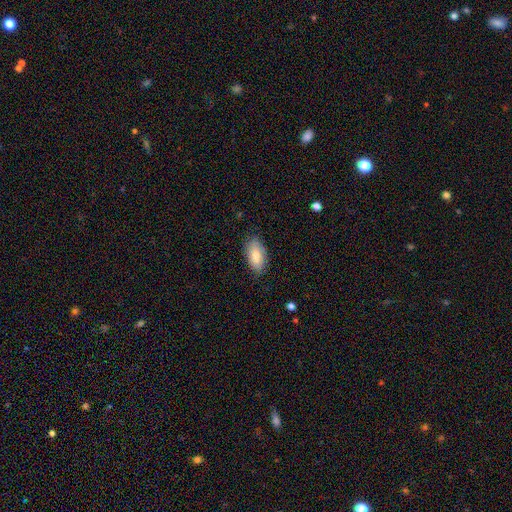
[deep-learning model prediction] A smooth galaxy with no disk features (80%) that is in between round and cigar-shaped (93%). Merging: none (79%).